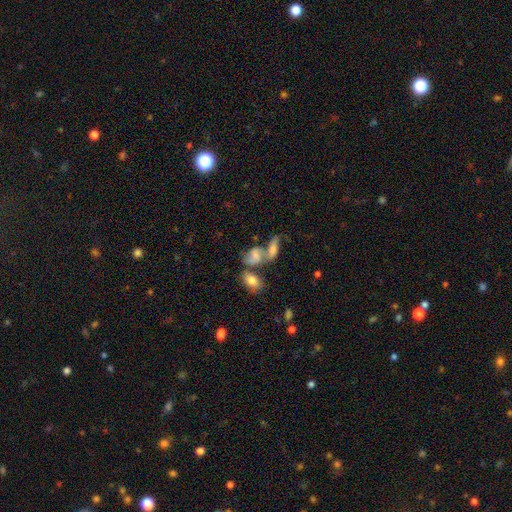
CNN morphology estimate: A smooth galaxy with no disk features (62%) that is in between round and cigar-shaped (81%). Merging: merger (52%).